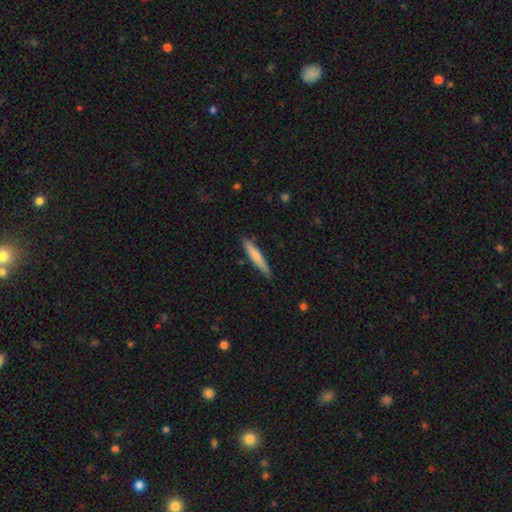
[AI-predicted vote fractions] Smooth or featured: smooth — 74% (featured or disk — 21%)
How rounded: cigar-shaped — 93% (in between — 6%)
Merging: none — 83% (minor disturbance — 13%)